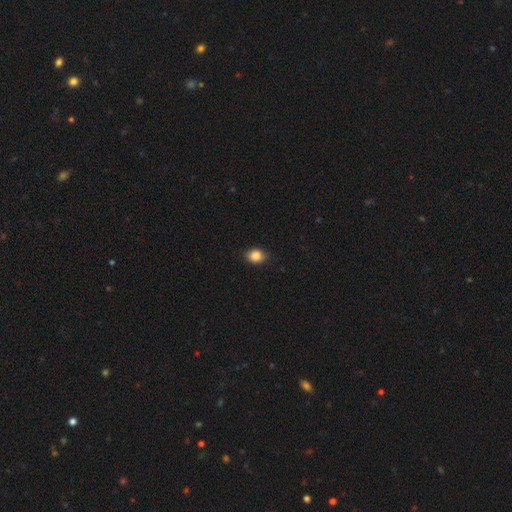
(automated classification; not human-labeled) smooth_or_featured: smooth (p=0.85) [alt: star or artifact p=0.10]
how_rounded: in between (p=0.51) [alt: round p=0.48]
merging: none (p=0.88) [alt: minor disturbance p=0.09]